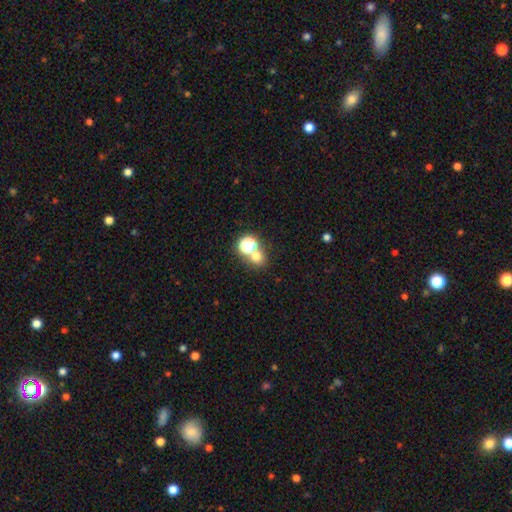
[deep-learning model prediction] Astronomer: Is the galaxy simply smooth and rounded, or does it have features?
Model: smooth — 63%.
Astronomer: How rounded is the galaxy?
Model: round — 81%.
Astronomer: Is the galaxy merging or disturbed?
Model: none — 58%.